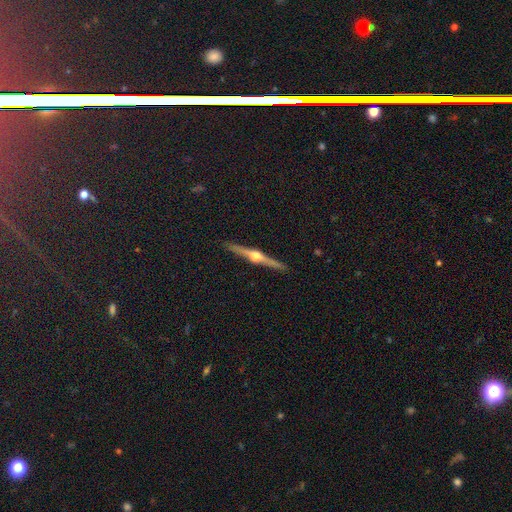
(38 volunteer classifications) Overall: featured or disk (95%). Edge-on disk: yes (100%). Edge-on bulge: rounded (97%). Merging: none (97%).